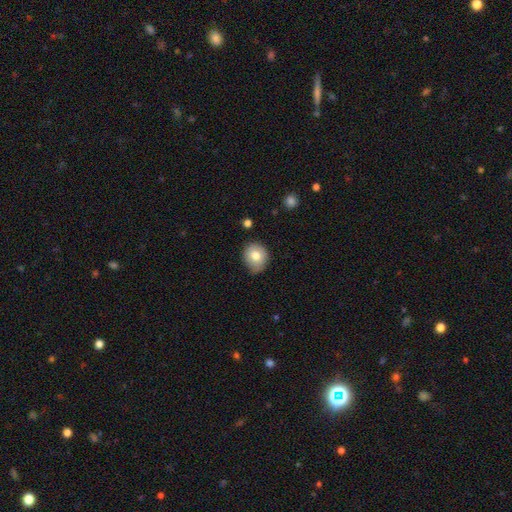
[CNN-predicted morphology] type=smooth (79%); roundness=round (75%); merging=none (71%).